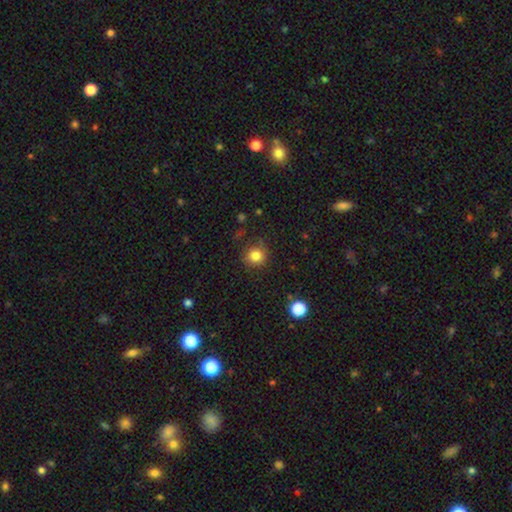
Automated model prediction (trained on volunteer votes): A smooth galaxy with no disk features (82%) that is round (90%). Merging: none (80%).